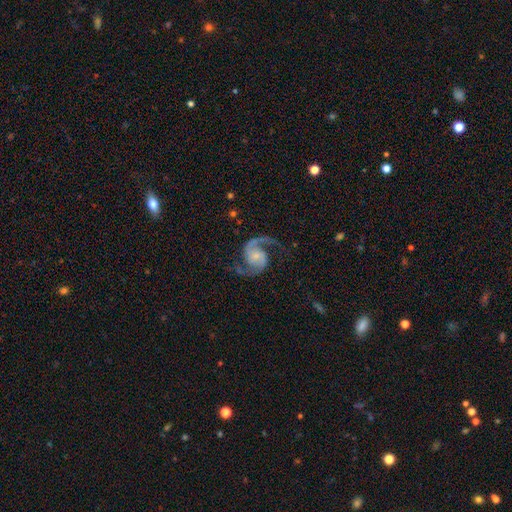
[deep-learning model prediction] Smooth or featured: featured or disk — 93% (star or artifact — 4%)
Edge-on disk: no — 98% (yes — 2%)
Bar: no — 60% (weak — 31%)
Spiral arms: yes — 98% (no — 2%)
Spiral winding: medium — 55% (loose — 36%)
Spiral arm count: 2 — 94% (1 — 1%)
Bulge size: small — 58% (moderate — 23%)
Merging: none — 78% (minor disturbance — 12%)